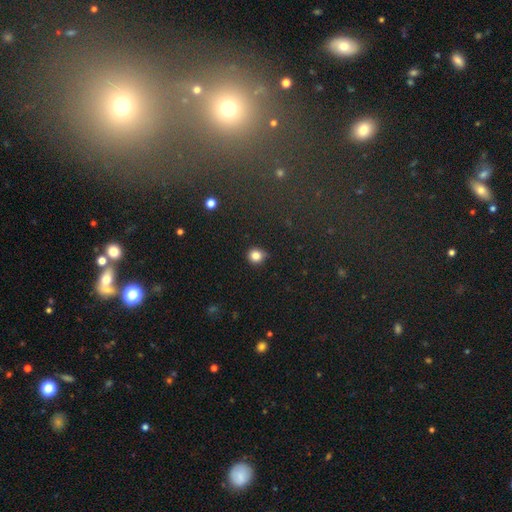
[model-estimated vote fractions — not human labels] smooth 83%, star or artifact 12%, featured or disk 5%. Down the decision tree: how rounded — round (91%); merging — none (87%).